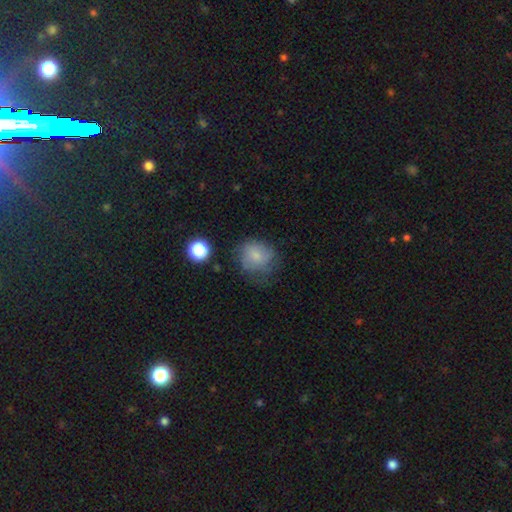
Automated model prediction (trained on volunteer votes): smooth_or_featured: smooth (p=0.71) [alt: featured or disk p=0.18]
how_rounded: round (p=0.75) [alt: in between p=0.24]
merging: none (p=0.51) [alt: minor disturbance p=0.28]